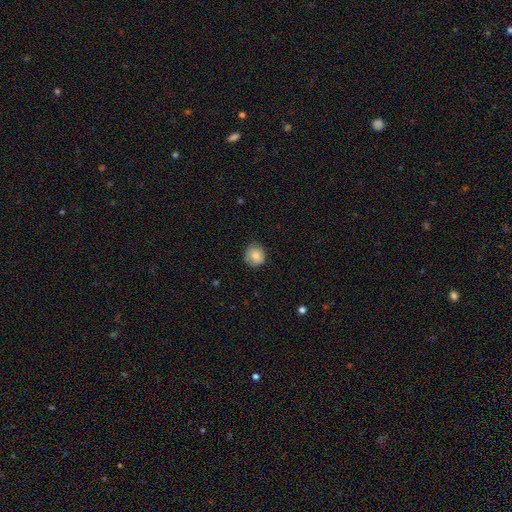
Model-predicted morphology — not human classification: Smooth or featured? Predicted: smooth (p=0.83). How rounded? Predicted: round (p=0.87). Merging? Predicted: none (p=0.78).